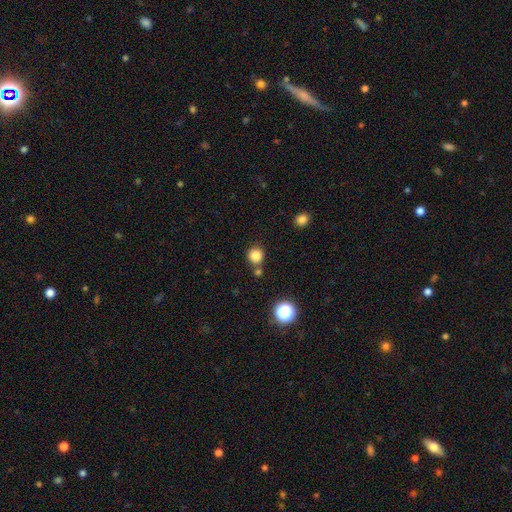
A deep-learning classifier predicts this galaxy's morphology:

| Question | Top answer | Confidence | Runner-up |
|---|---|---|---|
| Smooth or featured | smooth | 83% | star or artifact (13%) |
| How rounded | round | 89% | in between (10%) |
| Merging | none | 72% | merger (14%) |